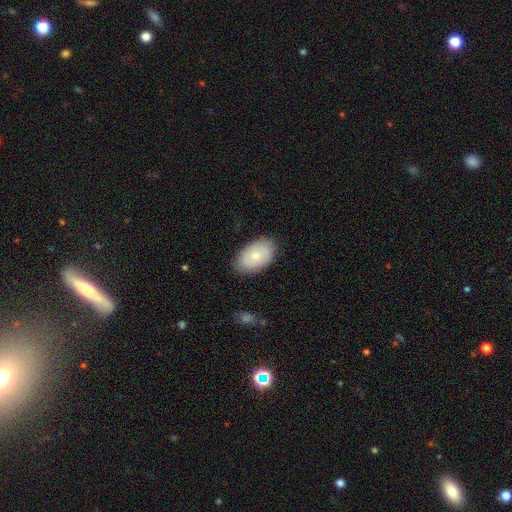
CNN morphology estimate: Q: Smooth or featured?
A: smooth (75%); runner-up: featured or disk (19%)
Q: How rounded?
A: in between (92%); runner-up: round (7%)
Q: Merging?
A: none (82%); runner-up: minor disturbance (14%)